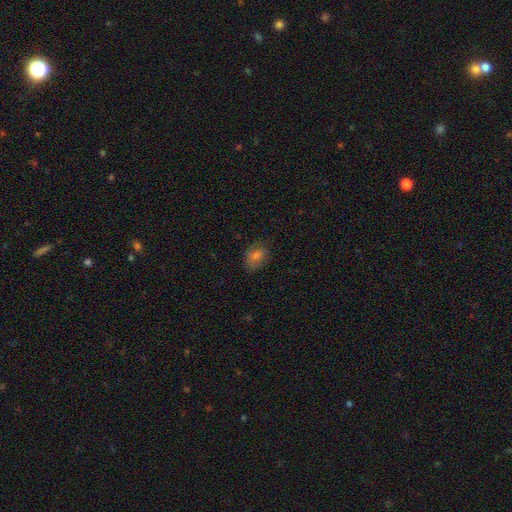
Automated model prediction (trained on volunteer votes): smooth-or-featured: smooth: 71% | star or artifact: 17% | featured or disk: 12%
  how-rounded: in between: 59% | round: 40% | cigar-shaped: 1%
  merging: none: 73% | minor disturbance: 20% | major disturbance: 5% | merger: 1%